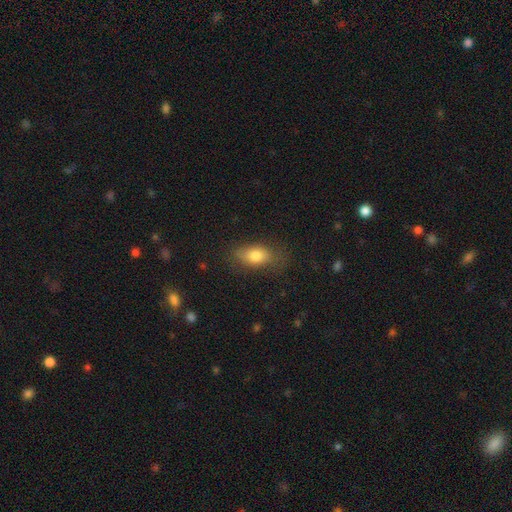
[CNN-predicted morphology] A smooth galaxy with no disk features (79%) that is in between round and cigar-shaped (86%).

Vote fractions:
- Smooth or featured? smooth: 79% / featured or disk: 12% / star or artifact: 8%
- How rounded? in between: 86% / round: 8% / cigar-shaped: 6%
- Merging? none: 74% / minor disturbance: 18% / major disturbance: 6% / merger: 1%